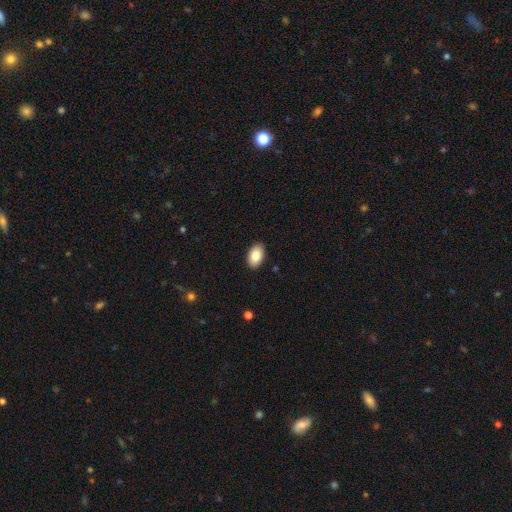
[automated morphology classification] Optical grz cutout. It shows a smooth galaxy with no disk features (84%) that is in between round and cigar-shaped (93%). Merging: none (90%).